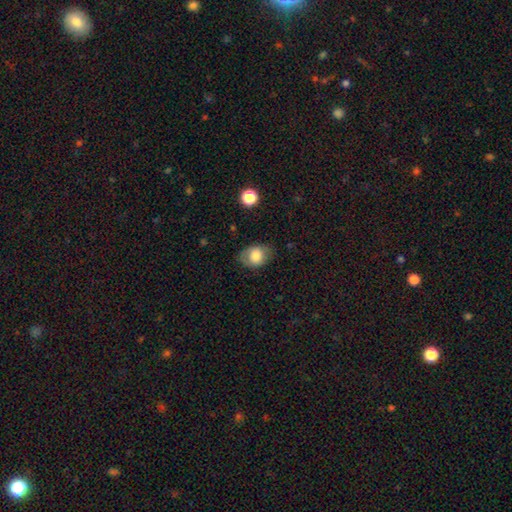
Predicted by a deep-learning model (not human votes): smooth 79%, featured or disk 13%, star or artifact 8%. Down the decision tree: how rounded — in between (68%); merging — none (72%).